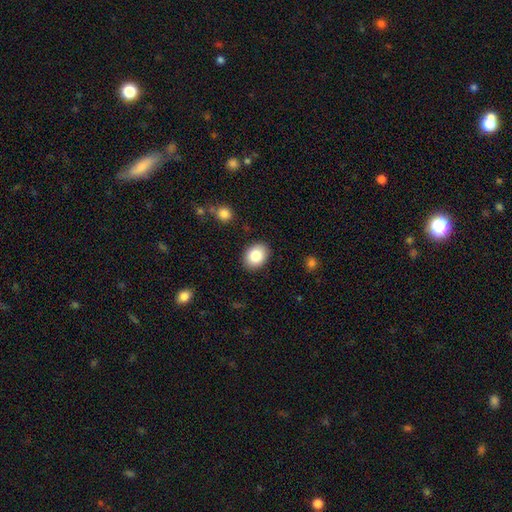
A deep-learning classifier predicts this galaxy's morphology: This is clearly a smooth galaxy (84%). How rounded: likely in between (64%). Merging: clearly none (89%).